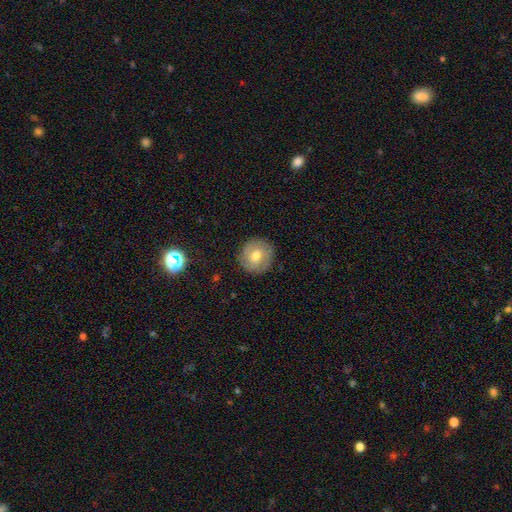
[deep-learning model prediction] Morphology: type=smooth (51%); roundness=round (91%); merging=none (86%).